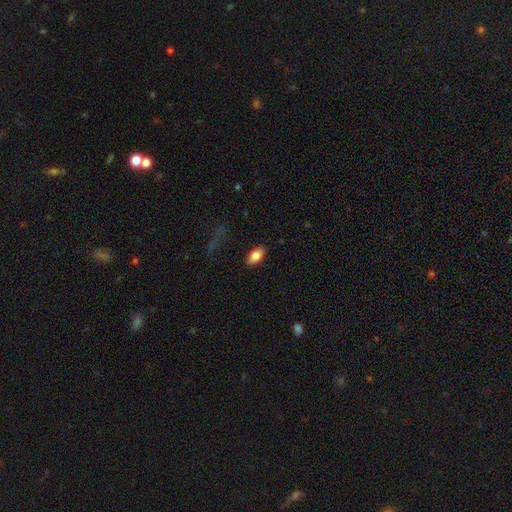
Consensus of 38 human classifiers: smooth_or_featured: smooth (p=0.74) [alt: featured or disk p=0.16]
how_rounded: in between (p=0.82) [alt: round p=0.14]
merging: none (p=0.91) [alt: major disturbance p=0.09]